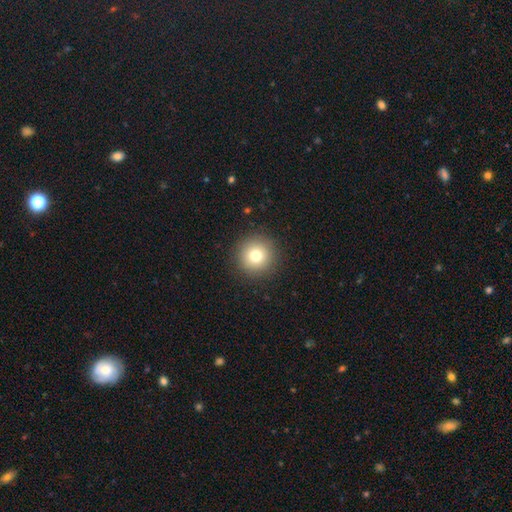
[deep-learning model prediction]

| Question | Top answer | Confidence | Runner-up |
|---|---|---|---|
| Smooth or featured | smooth | 77% | star or artifact (12%) |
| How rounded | round | 95% | in between (4%) |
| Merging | none | 91% | minor disturbance (6%) |